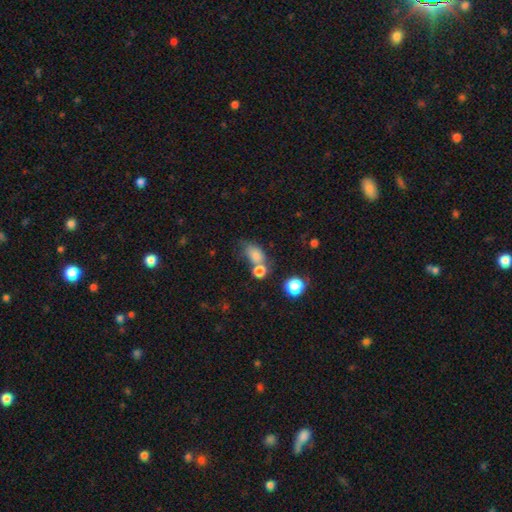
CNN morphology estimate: smooth 78%, star or artifact 13%, featured or disk 9%. Down the decision tree: how rounded — in between (74%); merging — none (39%).